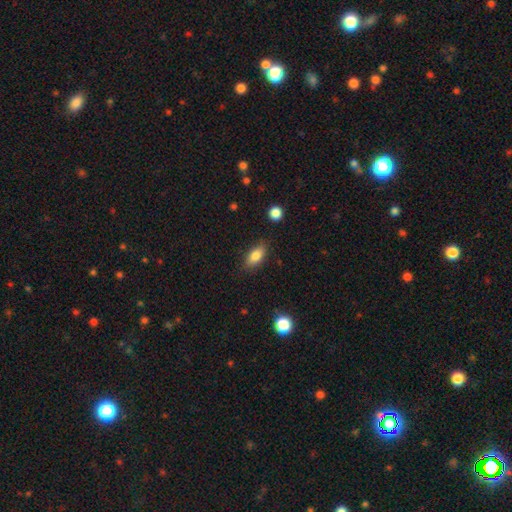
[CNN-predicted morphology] Smooth or featured? Predicted: smooth (p=0.82). How rounded? Predicted: in between (p=0.85). Merging? Predicted: none (p=0.83).